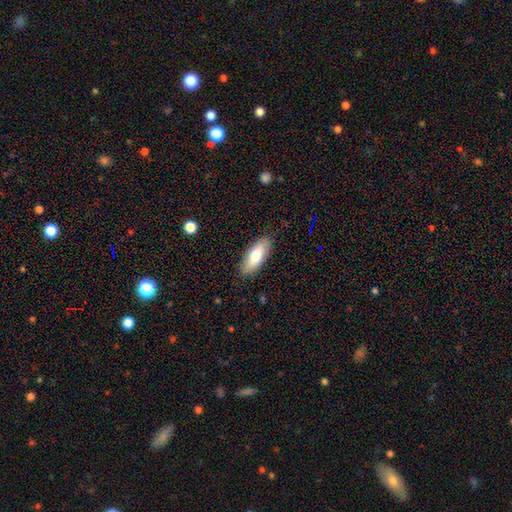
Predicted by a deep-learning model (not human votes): Overall: smooth (70%). How rounded: in between (72%). Merging: none (88%).